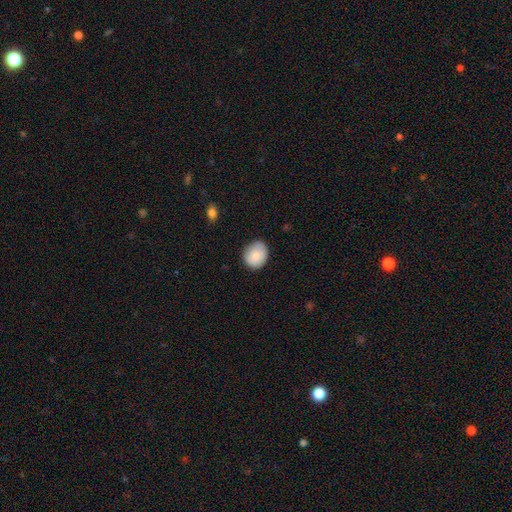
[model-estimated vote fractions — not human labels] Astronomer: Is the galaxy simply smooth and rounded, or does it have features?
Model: smooth — 84%.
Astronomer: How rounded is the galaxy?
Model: round — 61% (runner-up: in between, 38%).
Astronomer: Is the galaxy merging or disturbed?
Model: none — 80%.